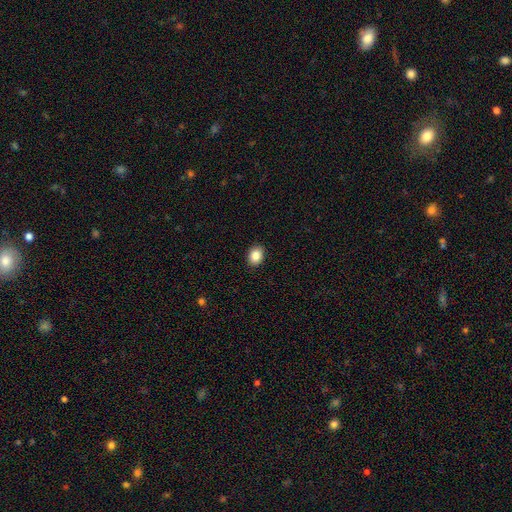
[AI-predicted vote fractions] smooth 85%, star or artifact 9%, featured or disk 6%. Down the decision tree: how rounded — in between (63%); merging — none (91%).